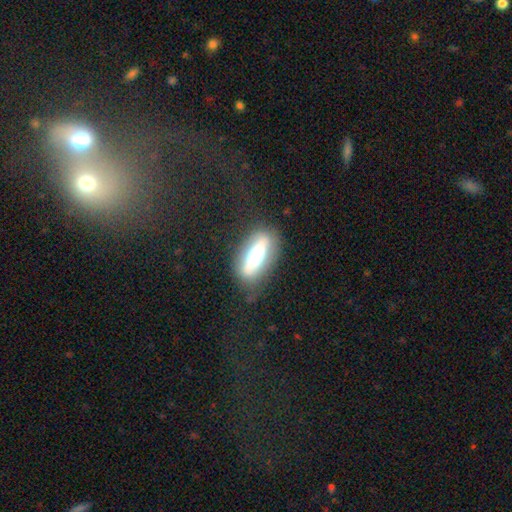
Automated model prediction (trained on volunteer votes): Q: Smooth or featured?
A: featured or disk (47%); runner-up: smooth (45%)
Q: Merging?
A: none (78%); runner-up: minor disturbance (14%)